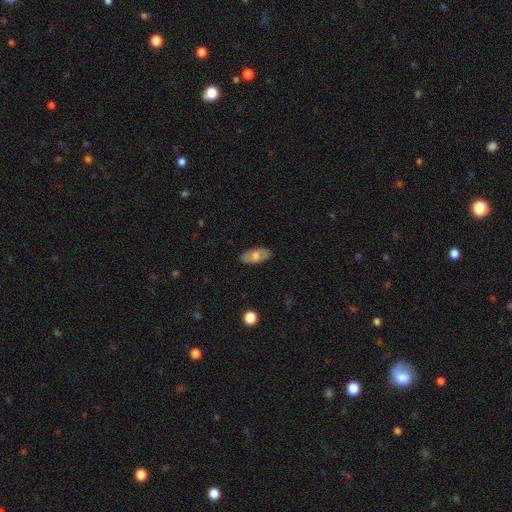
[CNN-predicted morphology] Smooth or featured? Predicted: smooth (p=0.62). How rounded? Predicted: in between (p=0.91). Merging? Predicted: none (p=0.85).